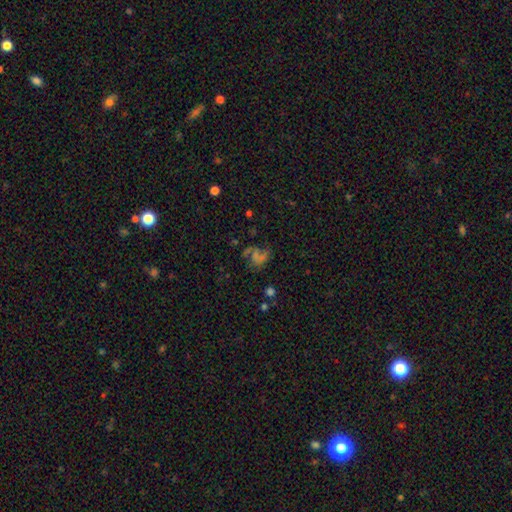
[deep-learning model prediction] smooth-or-featured: featured or disk: 47% | star or artifact: 29% | smooth: 24%
  merging: none: 49% | major disturbance: 26% | minor disturbance: 18% | merger: 7%